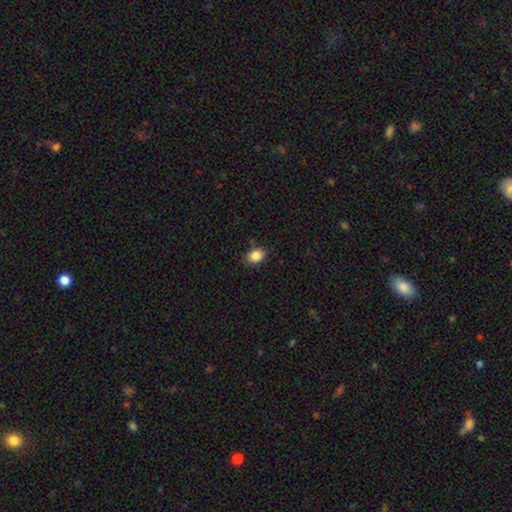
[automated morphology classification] A smooth galaxy with no disk features (87%) that is in between round and cigar-shaped (70%).

Vote fractions:
- Smooth or featured? smooth: 87% / star or artifact: 9% / featured or disk: 4%
- How rounded? in between: 70% / round: 29% / cigar-shaped: 1%
- Merging? none: 85% / minor disturbance: 10% / major disturbance: 2% / merger: 2%